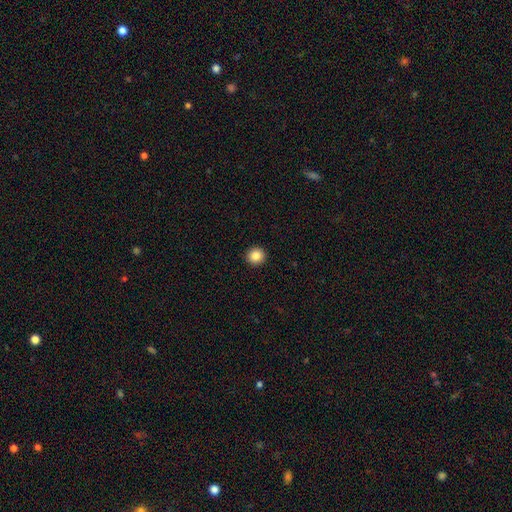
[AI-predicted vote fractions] The model was most divided on "smooth or featured": smooth: 86%, star or artifact: 10%, featured or disk: 4%. More confident: merging — none (94%); how rounded — round (92%).